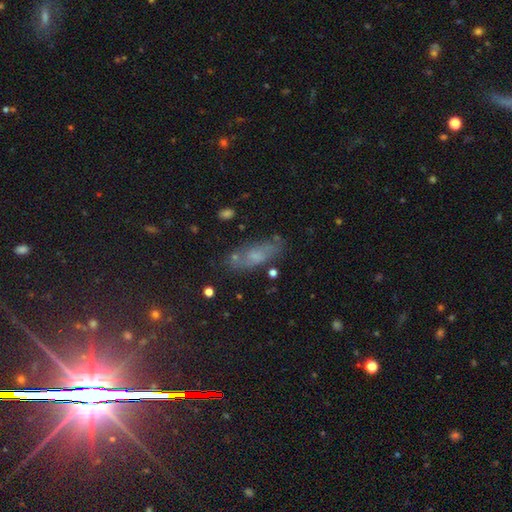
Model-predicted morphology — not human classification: A smooth galaxy with no disk features (51%) that is in between round and cigar-shaped (62%). Merging: none (69%).